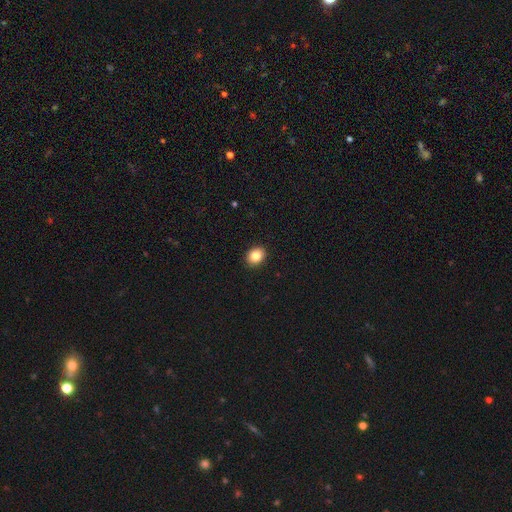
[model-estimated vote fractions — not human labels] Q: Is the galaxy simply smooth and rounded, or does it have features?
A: smooth — 84%.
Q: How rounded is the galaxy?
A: round — 52%.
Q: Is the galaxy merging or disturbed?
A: none — 92%.